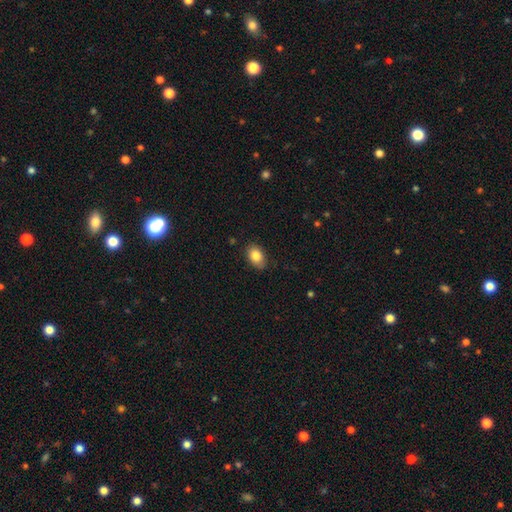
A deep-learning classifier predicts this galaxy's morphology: Q: Smooth or featured?
A: smooth (84%); runner-up: featured or disk (8%)
Q: How rounded?
A: in between (84%); runner-up: round (15%)
Q: Merging?
A: none (83%); runner-up: minor disturbance (13%)